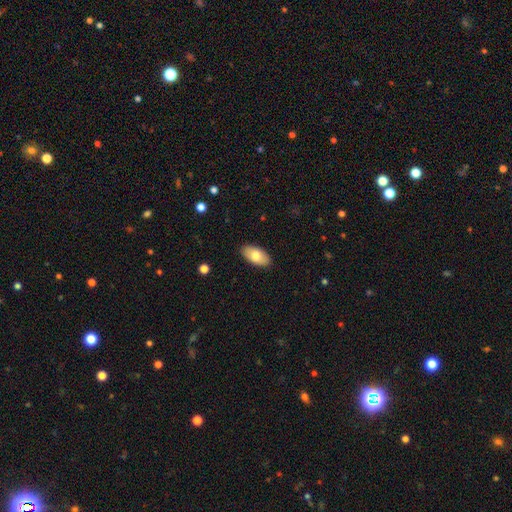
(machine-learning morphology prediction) This appears to be a smooth galaxy with no disk features (78%) that is in between round and cigar-shaped (94%). Merging: none (89%).